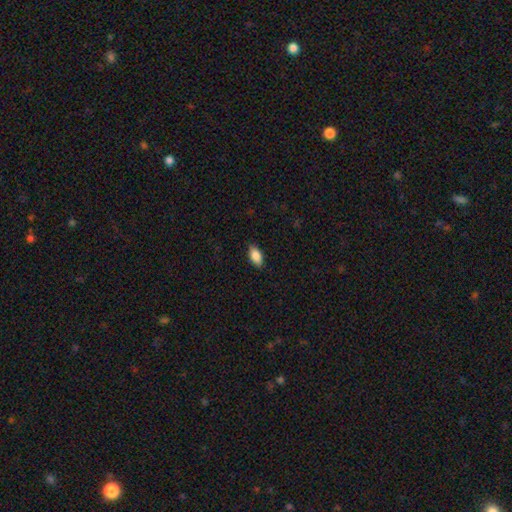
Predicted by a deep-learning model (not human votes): The model was most divided on "merging": none: 86%, minor disturbance: 11%, major disturbance: 2%, merger: 1%. More confident: how rounded — in between (90%); smooth or featured — smooth (85%).